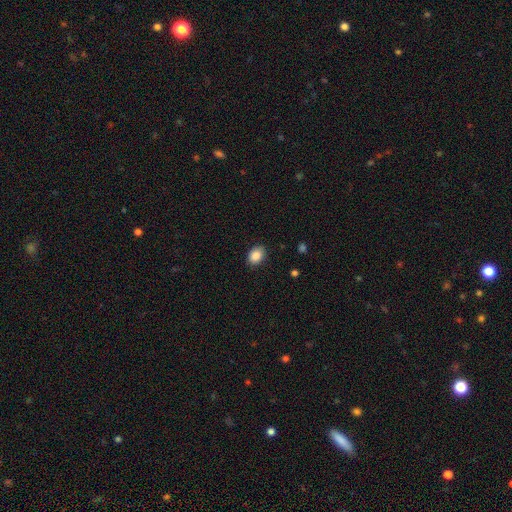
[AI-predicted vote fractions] This appears to be a smooth galaxy with no disk features (88%) that is in between round and cigar-shaped (71%). Merging: none (86%).